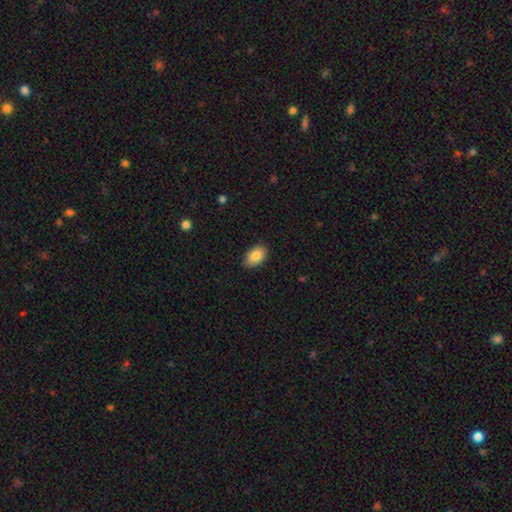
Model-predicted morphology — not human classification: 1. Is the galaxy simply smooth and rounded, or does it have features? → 85% smooth, 8% featured or disk, 7% star or artifact.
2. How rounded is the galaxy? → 90% in between, 8% round, 1% cigar-shaped.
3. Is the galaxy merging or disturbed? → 85% none, 12% minor disturbance, 2% major disturbance, 1% merger.